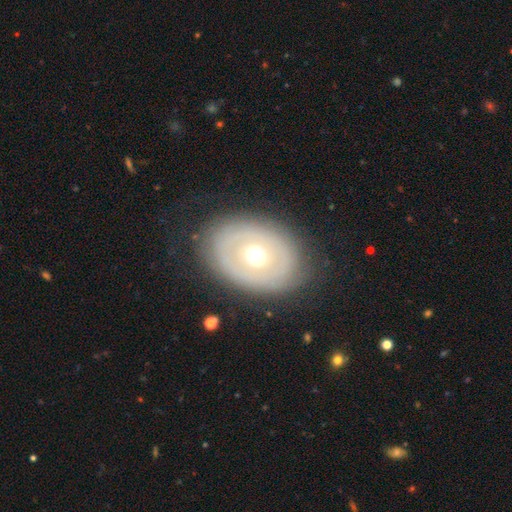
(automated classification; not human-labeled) Smooth or featured: featured or disk — 55% (smooth — 39%)
Edge-on disk: no — 93% (yes — 7%)
Bar: no — 90% (weak — 7%)
Spiral arms: no — 79% (yes — 21%)
Bulge size: moderate — 76% (large — 11%)
Merging: none — 82% (minor disturbance — 12%)